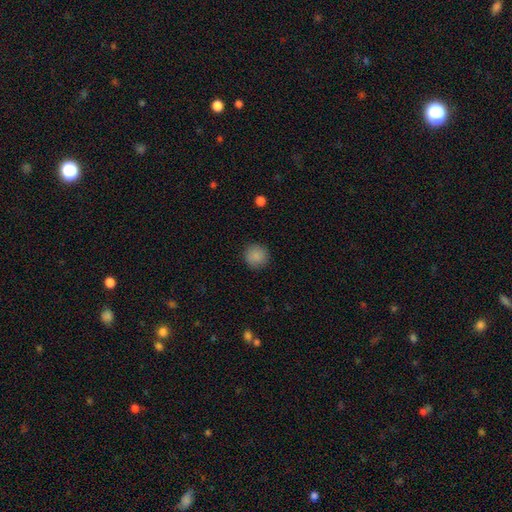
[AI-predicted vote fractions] Overall: smooth (88%). How rounded: round (93%). Merging: none (90%).